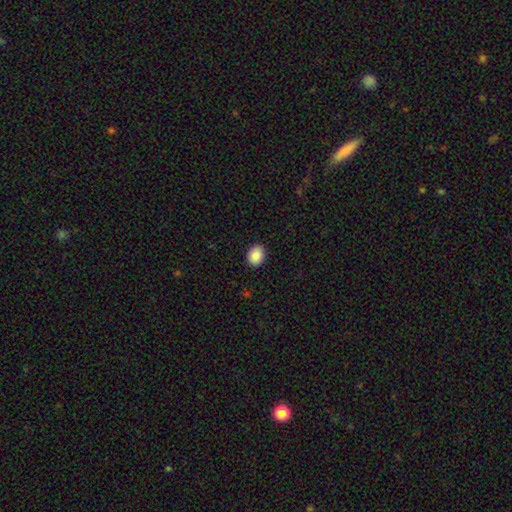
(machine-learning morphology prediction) A smooth galaxy with no disk features (88%) that is in between round and cigar-shaped (54%). Merging: none (91%).